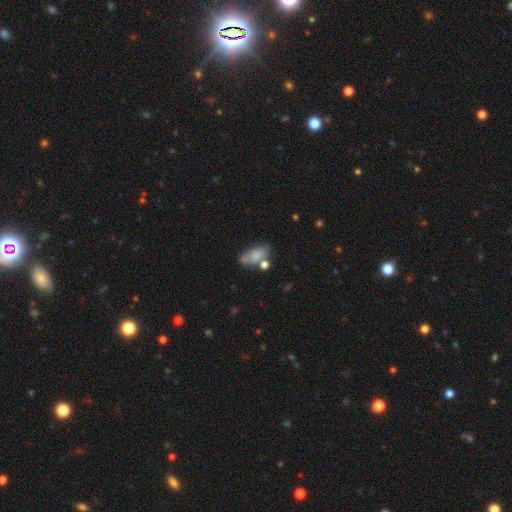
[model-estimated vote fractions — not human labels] A smooth galaxy with no disk features (73%) that is in between round and cigar-shaped (83%). Merging: none (48%).